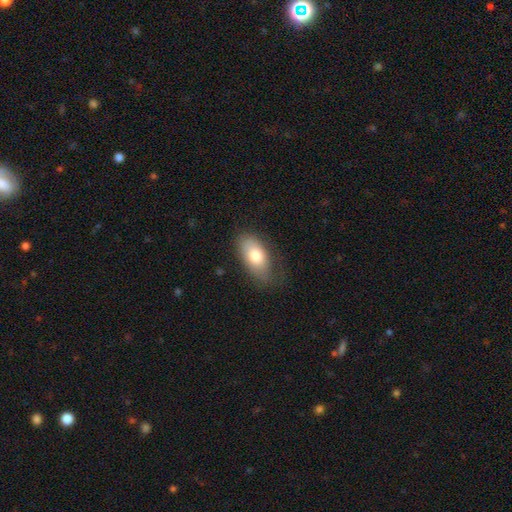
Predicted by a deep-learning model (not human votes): This is likely a smooth galaxy (76%). How rounded: clearly in between (92%). Merging: likely none (70%).